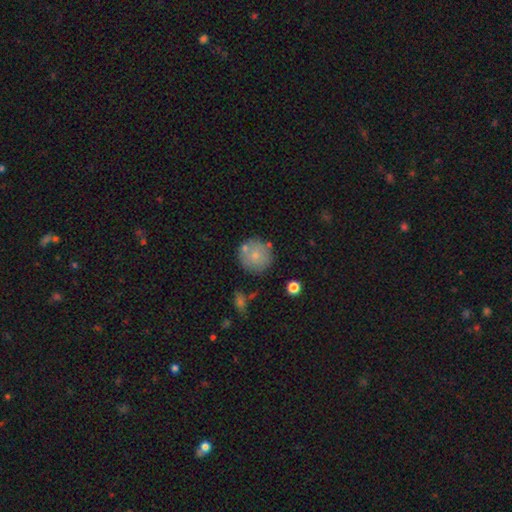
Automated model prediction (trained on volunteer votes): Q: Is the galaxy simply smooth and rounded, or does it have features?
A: smooth — 73%.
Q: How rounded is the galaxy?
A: round — 94%.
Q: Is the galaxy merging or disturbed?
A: none — 72%.